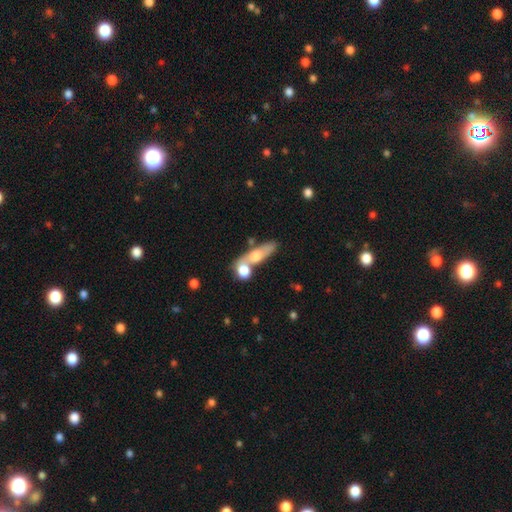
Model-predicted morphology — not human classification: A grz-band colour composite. It shows a smooth galaxy with no disk features (61%) that is cigar-shaped (43%). Merging: none (43%).